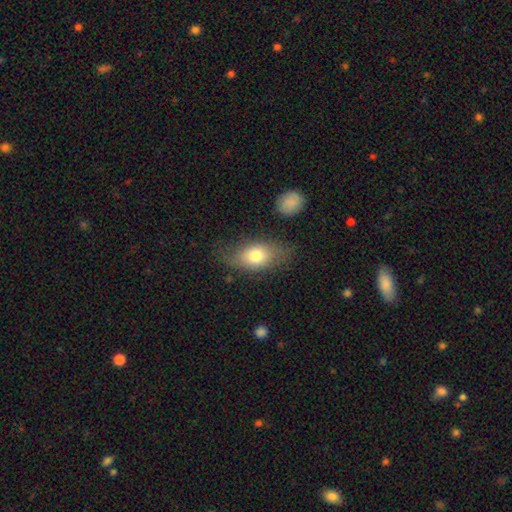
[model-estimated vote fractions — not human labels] This appears to be a smooth galaxy with no disk features (74%) that is in between round and cigar-shaped (81%). Merging: none (67%).